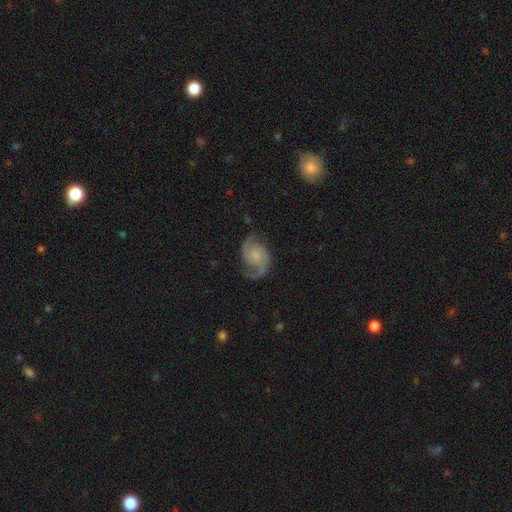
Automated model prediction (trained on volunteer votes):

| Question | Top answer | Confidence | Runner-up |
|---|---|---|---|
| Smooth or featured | featured or disk | 90% | smooth (5%) |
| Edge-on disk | no | 98% | yes (2%) |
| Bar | no | 71% | weak (24%) |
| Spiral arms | yes | 98% | no (2%) |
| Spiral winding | medium | 56% | tight (23%) |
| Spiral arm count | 2 | 94% | can't tell (2%) |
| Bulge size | small | 48% | moderate (27%) |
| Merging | none | 78% | minor disturbance (15%) |